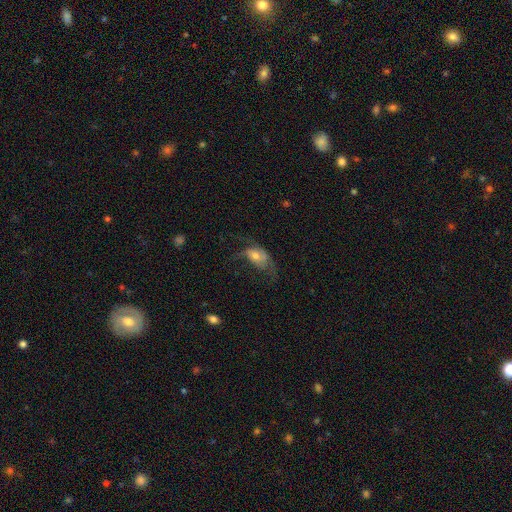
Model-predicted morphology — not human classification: type=smooth (45%, tied with featured or disk); merging=major disturbance (52%).